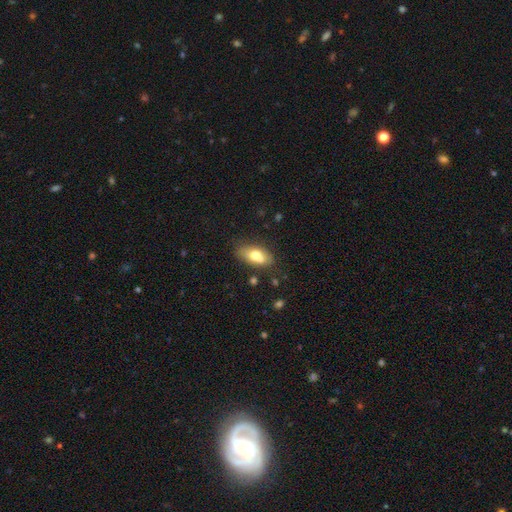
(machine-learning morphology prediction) smooth 68%, featured or disk 24%, star or artifact 8%. Down the decision tree: how rounded — in between (85%); merging — none (64%).